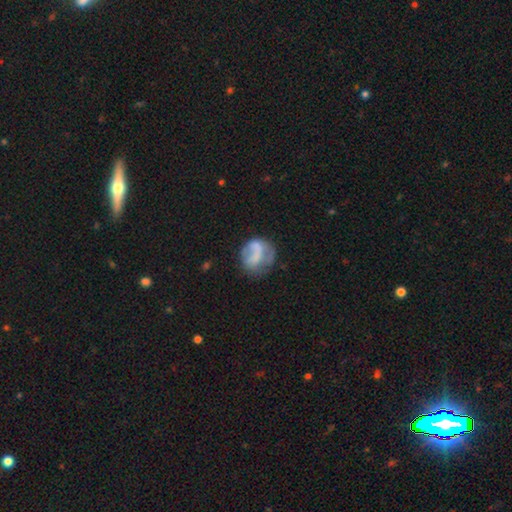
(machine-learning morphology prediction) A smooth galaxy with no disk features (53%) that is round (72%).

Vote fractions:
- Smooth or featured? smooth: 53% / featured or disk: 38% / star or artifact: 8%
- How rounded? round: 72% / in between: 26% / cigar-shaped: 1%
- Merging? none: 45% / major disturbance: 25% / minor disturbance: 25% / merger: 5%